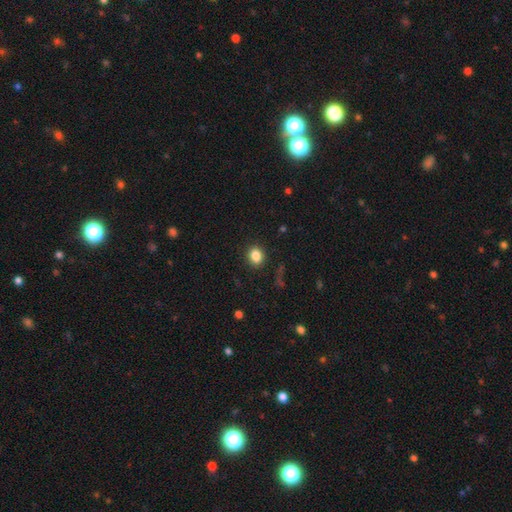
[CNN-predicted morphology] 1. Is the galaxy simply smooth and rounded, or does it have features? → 86% smooth, 10% star or artifact, 4% featured or disk.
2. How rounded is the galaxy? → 57% round, 42% in between, 1% cigar-shaped.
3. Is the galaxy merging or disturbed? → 88% none, 8% minor disturbance, 3% major disturbance, 1% merger.